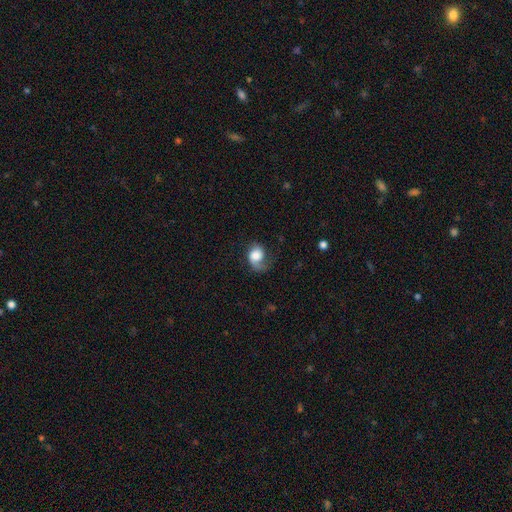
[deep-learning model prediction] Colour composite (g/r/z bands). It shows a featured or disk galaxy (50%). Merging: none (46%).